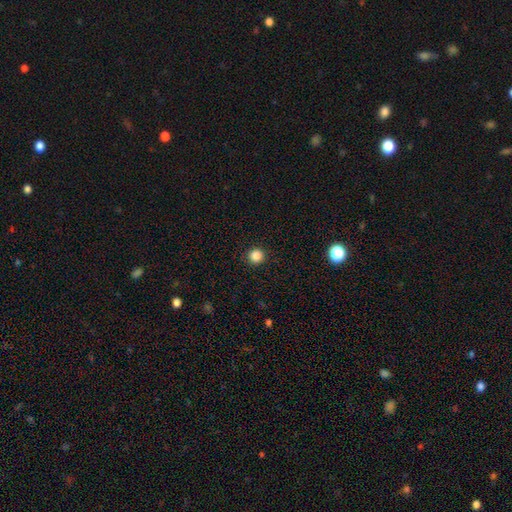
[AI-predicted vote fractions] Smooth or featured? smooth (85%)
How rounded? round (94%)
Merging? none (92%)